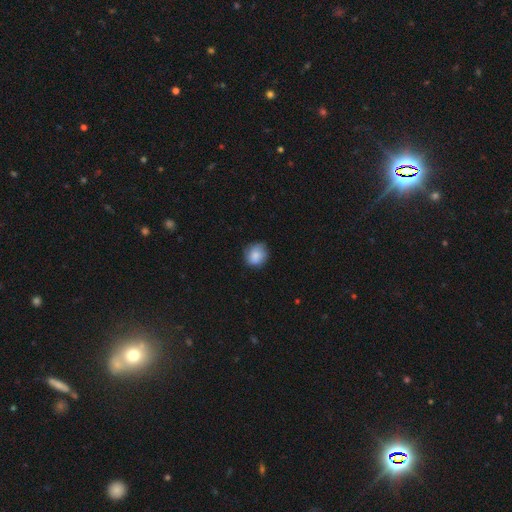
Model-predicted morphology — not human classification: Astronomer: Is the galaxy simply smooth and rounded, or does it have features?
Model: smooth — 82%.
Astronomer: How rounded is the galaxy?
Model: round — 77%.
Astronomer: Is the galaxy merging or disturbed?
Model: none — 75%.